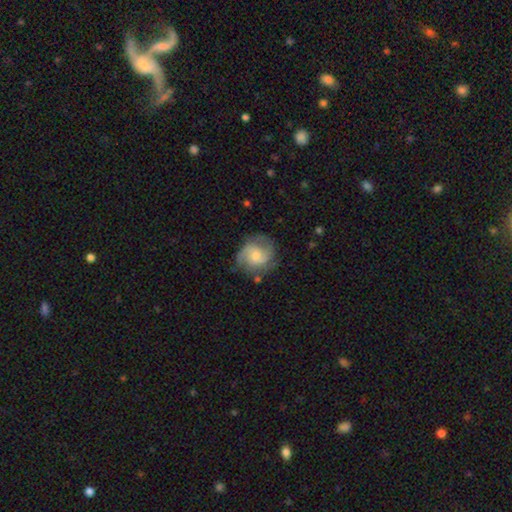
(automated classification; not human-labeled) Morphology: type=featured or disk (68%); edge-on=no (98%); bar=no (65%); spiral arms=yes (92%); winding=medium (48%); arm count=2 (55%); bulge=small (49%); merging=none (70%).